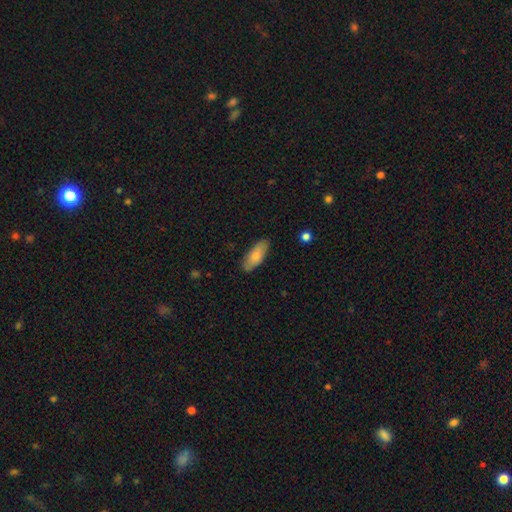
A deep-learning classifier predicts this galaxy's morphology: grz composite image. It shows a smooth galaxy with no disk features (76%) that is in between round and cigar-shaped (79%). Merging: none (85%).